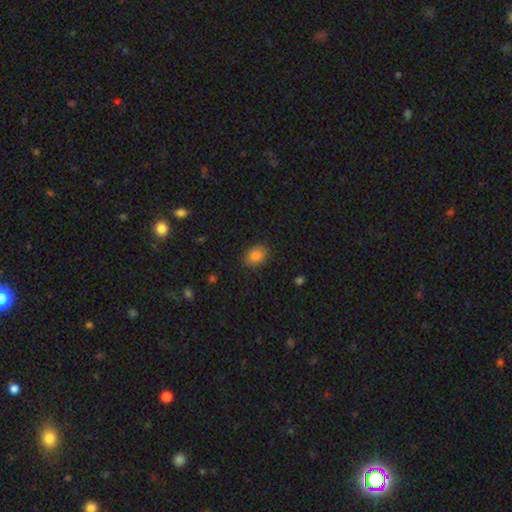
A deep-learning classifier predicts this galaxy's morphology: Smooth or featured? smooth (86%)
How rounded? in between (63%)
Merging? none (83%)